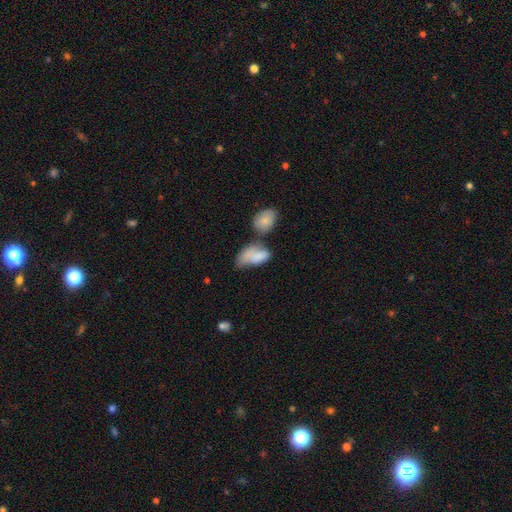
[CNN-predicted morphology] Smooth or featured?
  - smooth: 78% *
  - featured or disk: 15%
  - star or artifact: 8%
How rounded?
  - in between: 91% *
  - round: 6%
  - cigar-shaped: 3%
Merging?
  - merger: 30% *
  - minor disturbance: 27%
  - none: 23%
  - major disturbance: 20%